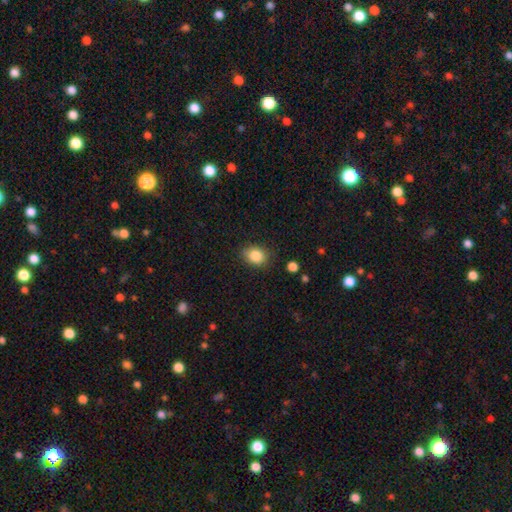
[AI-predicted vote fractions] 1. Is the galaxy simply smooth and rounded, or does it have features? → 85% smooth, 9% star or artifact, 6% featured or disk.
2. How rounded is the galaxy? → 59% in between, 40% round, 1% cigar-shaped.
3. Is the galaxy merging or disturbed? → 81% none, 14% minor disturbance, 3% major disturbance, 2% merger.